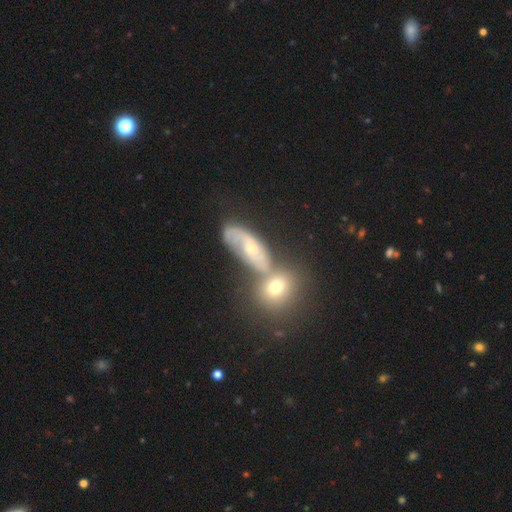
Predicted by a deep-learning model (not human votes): Smooth or featured? Predicted: featured or disk (p=0.53). Edge-on disk? Predicted: no (p=0.76). Merging? Predicted: merger (p=0.52).